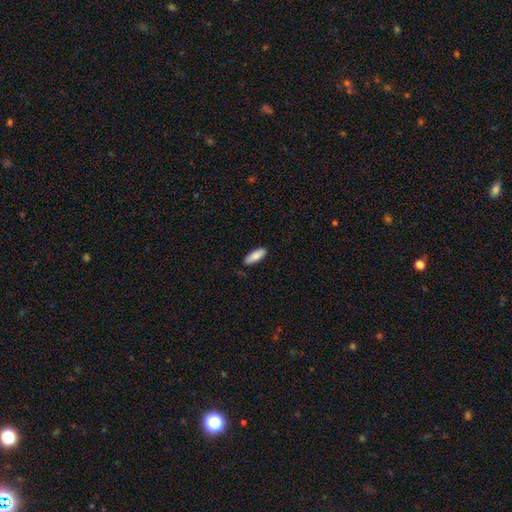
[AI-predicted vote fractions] A smooth galaxy with no disk features (85%) that is in between round and cigar-shaped (68%).

Vote fractions:
- Smooth or featured? smooth: 85% / featured or disk: 9% / star or artifact: 6%
- How rounded? in between: 68% / cigar-shaped: 31% / round: 2%
- Merging? none: 84% / minor disturbance: 12% / major disturbance: 2% / merger: 1%